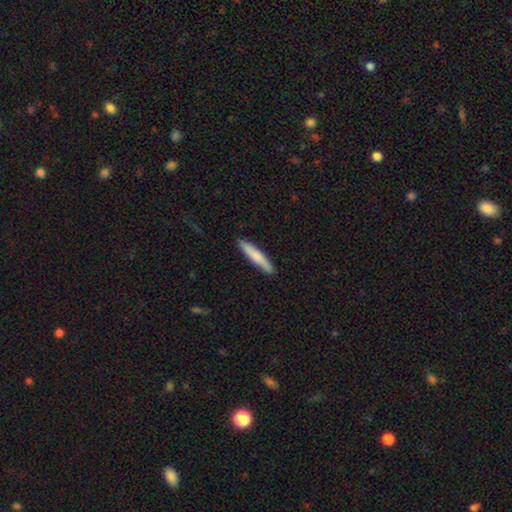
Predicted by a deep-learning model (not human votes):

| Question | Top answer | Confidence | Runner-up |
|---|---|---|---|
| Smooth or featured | smooth | 76% | featured or disk (19%) |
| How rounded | cigar-shaped | 91% | in between (8%) |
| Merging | none | 89% | minor disturbance (8%) |